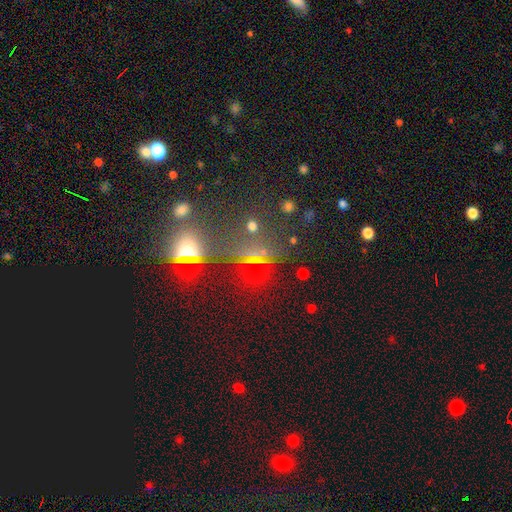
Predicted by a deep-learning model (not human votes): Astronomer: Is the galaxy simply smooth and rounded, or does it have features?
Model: star or artifact — 50% (runner-up: smooth, 32%).